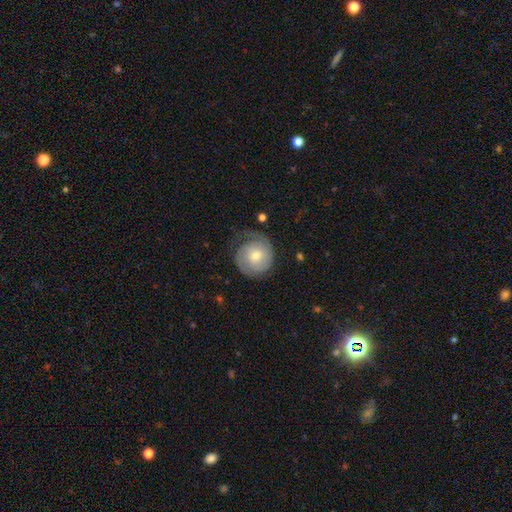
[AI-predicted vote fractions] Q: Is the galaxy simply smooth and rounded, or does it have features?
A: featured or disk — 59%.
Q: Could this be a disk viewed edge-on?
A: no — 97%.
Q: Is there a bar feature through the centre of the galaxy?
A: no — 75%.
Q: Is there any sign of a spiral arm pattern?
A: yes — 86%.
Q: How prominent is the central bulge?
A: moderate — 51%.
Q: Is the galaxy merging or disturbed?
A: none — 61%.